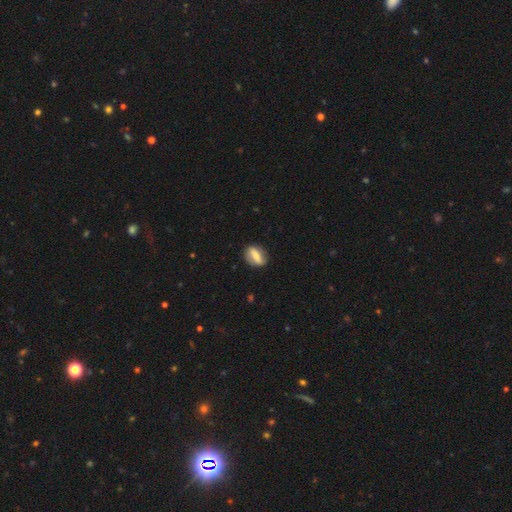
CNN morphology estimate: This appears to be a smooth galaxy with no disk features (56%) that is in between round and cigar-shaped (70%). Merging: none (82%).